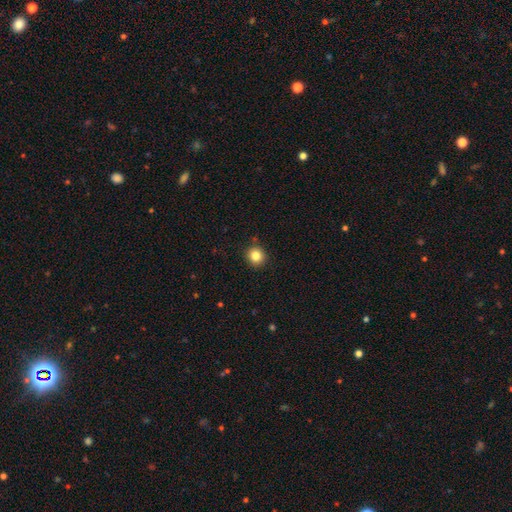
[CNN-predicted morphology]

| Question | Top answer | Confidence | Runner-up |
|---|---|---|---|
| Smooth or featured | smooth | 83% | star or artifact (11%) |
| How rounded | round | 90% | in between (9%) |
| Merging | none | 90% | minor disturbance (7%) |